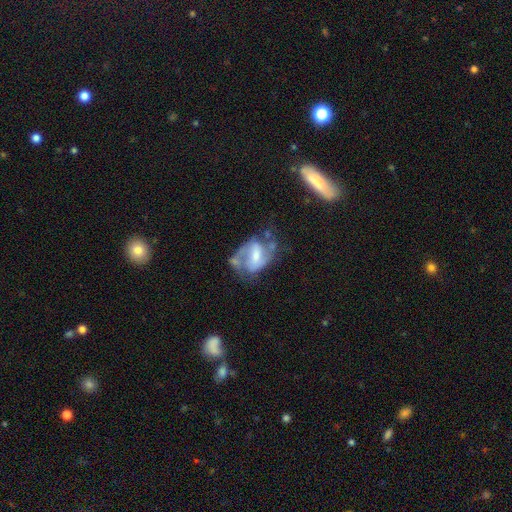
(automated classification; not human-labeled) Smooth or featured? featured or disk (79%)
Edge-on disk? no (97%)
Bar? weak (50%)
Spiral arms? yes (89%)
Spiral winding? medium (52%)
Spiral arm count? 2 (81%)
Bulge size? moderate (44%)
Merging? none (46%)